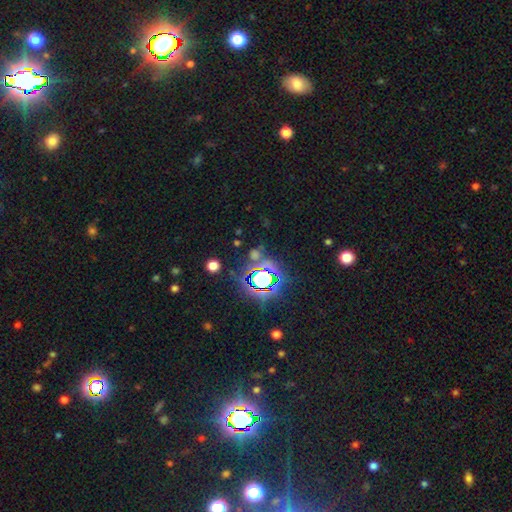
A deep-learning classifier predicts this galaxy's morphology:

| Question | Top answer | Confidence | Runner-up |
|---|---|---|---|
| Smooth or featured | star or artifact | 69% | smooth (21%) |